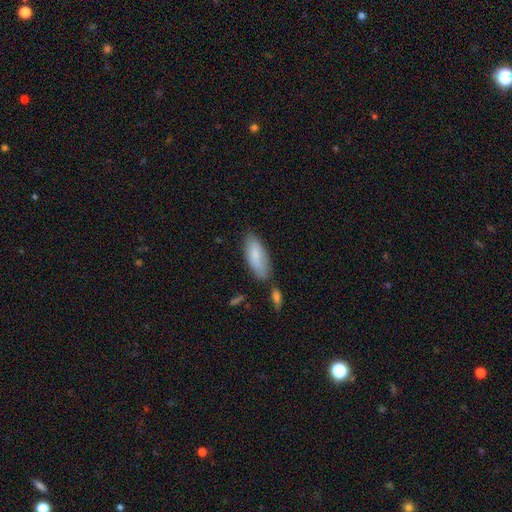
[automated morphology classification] The model was most divided on "how rounded": in between: 73%, cigar-shaped: 25%, round: 2%. More confident: smooth or featured — smooth (80%); merging — none (68%).